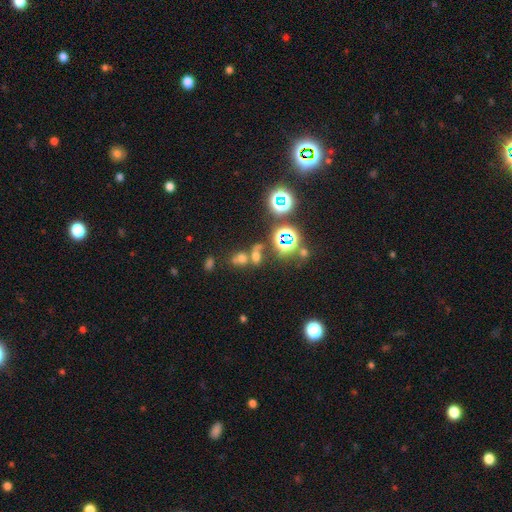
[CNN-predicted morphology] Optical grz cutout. It shows a smooth galaxy with no disk features (47%). Merging: merger (47%).